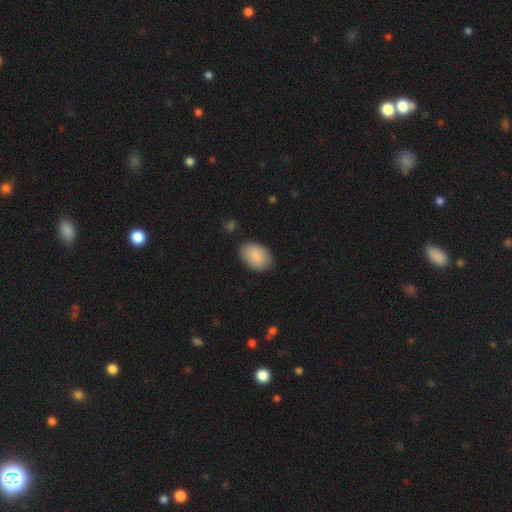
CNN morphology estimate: This is clearly a smooth galaxy (88%). How rounded: clearly in between (85%). Merging: clearly none (84%).